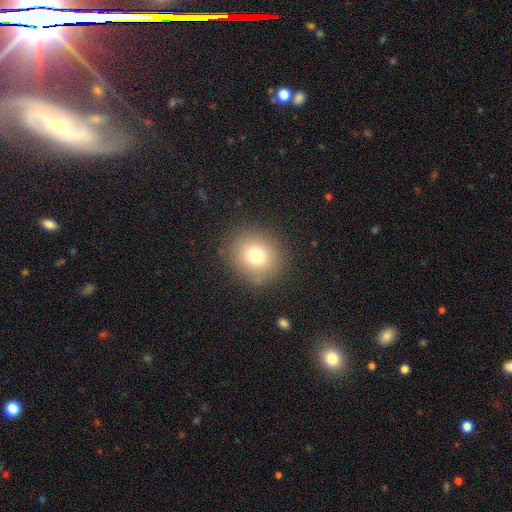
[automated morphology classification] Smooth or featured? smooth (75%)
How rounded? round (84%)
Merging? none (87%)